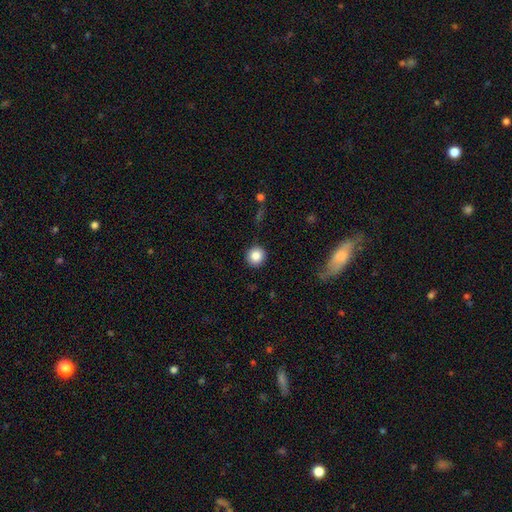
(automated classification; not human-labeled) Smooth or featured? Predicted: smooth (p=0.86). How rounded? Predicted: round (p=0.94). Merging? Predicted: none (p=0.91).